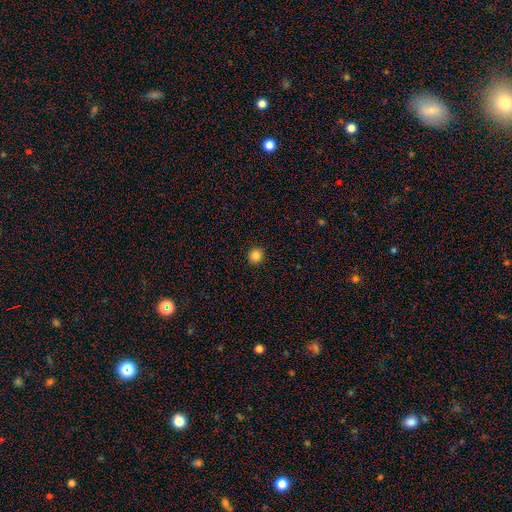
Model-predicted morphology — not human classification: The model was most divided on "smooth or featured": smooth: 84%, star or artifact: 11%, featured or disk: 4%. More confident: merging — none (93%); how rounded — round (88%).